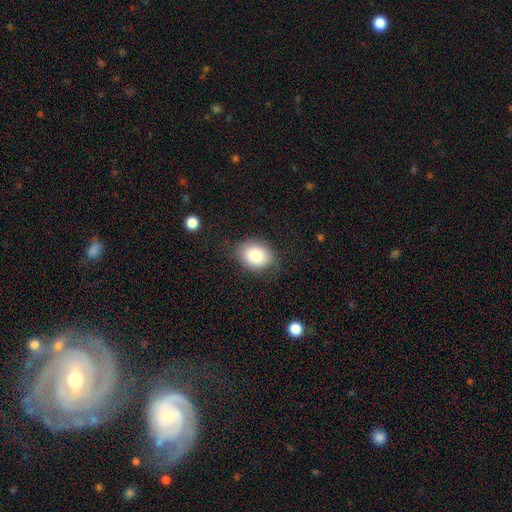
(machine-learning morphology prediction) A smooth galaxy with no disk features (80%) that is in between round and cigar-shaped (57%).

Vote fractions:
- Smooth or featured? smooth: 80% / featured or disk: 11% / star or artifact: 9%
- How rounded? in between: 57% / round: 42% / cigar-shaped: 1%
- Merging? none: 79% / minor disturbance: 16% / major disturbance: 5% / merger: 1%